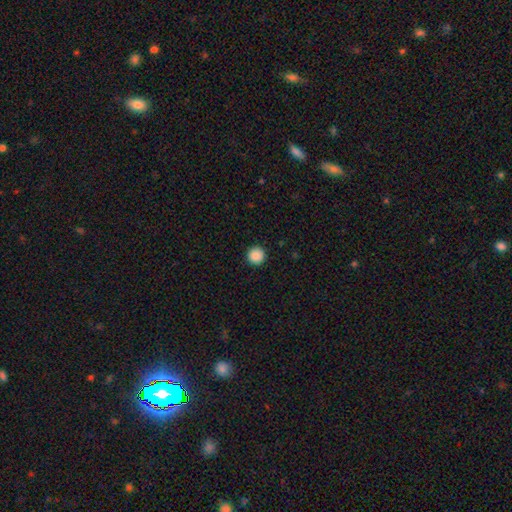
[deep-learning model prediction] Smooth or featured? smooth (88%)
How rounded? round (96%)
Merging? none (93%)